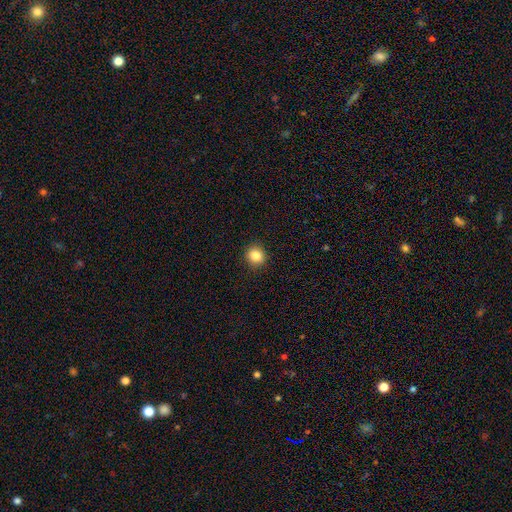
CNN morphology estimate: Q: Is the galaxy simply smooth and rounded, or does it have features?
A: smooth — 85%.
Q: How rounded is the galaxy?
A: round — 84%.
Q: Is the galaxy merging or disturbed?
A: none — 91%.